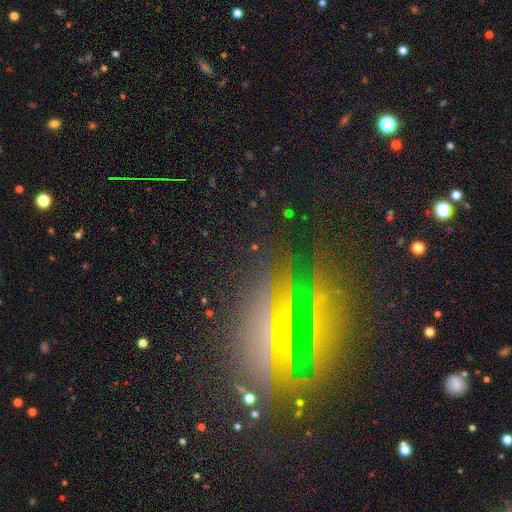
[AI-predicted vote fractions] This is possibly a star or artifact rather than a galaxy (50%).